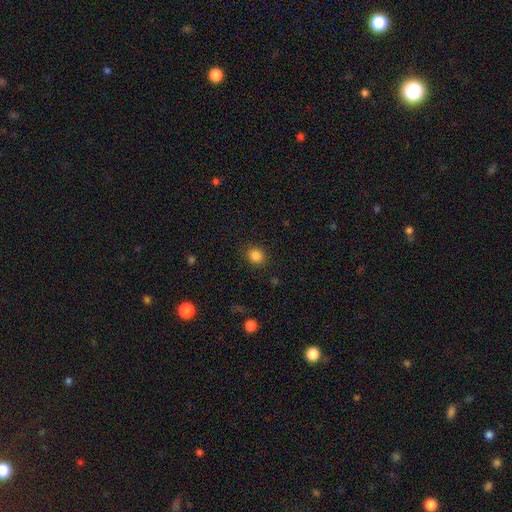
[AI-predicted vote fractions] Smooth or featured? smooth (84%)
How rounded? round (73%)
Merging? none (88%)